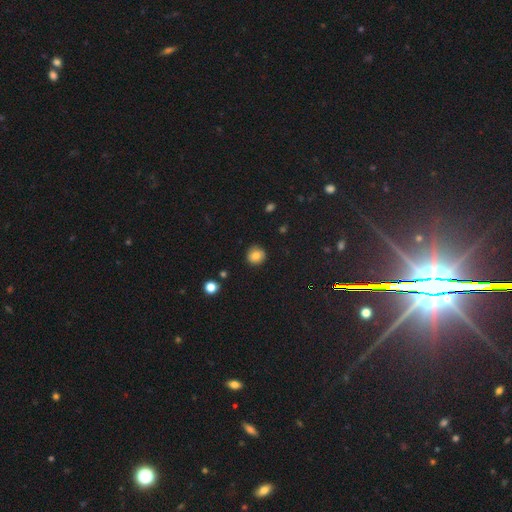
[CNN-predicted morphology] This appears to be a smooth galaxy with no disk features (79%) that is round (92%). Merging: none (88%).